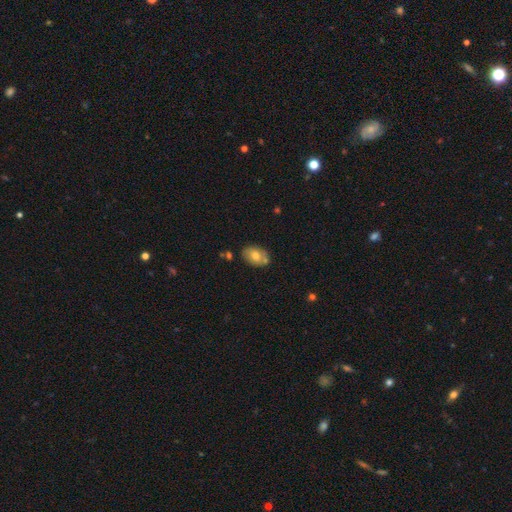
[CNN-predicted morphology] Smooth or featured: smooth — 70% (featured or disk — 22%)
How rounded: in between — 80% (round — 19%)
Merging: none — 71% (minor disturbance — 15%)